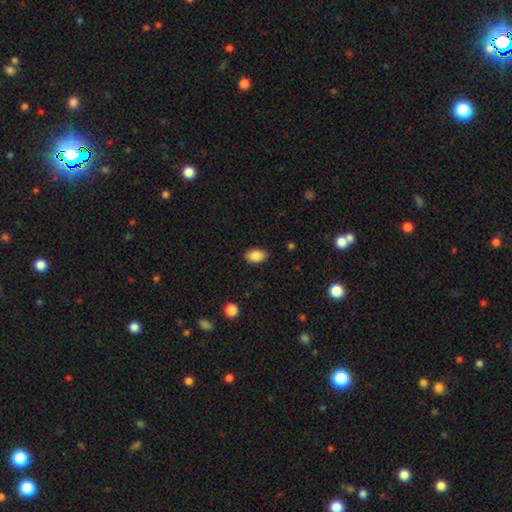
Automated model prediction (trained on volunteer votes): This appears to be a smooth galaxy with no disk features (88%) that is in between round and cigar-shaped (89%). Merging: none (89%).